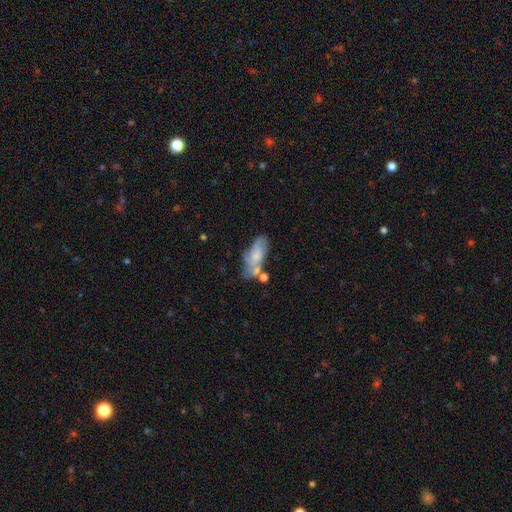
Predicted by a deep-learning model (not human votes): Smooth or featured?
  - smooth: 49% *
  - featured or disk: 43%
  - star or artifact: 8%
Merging?
  - none: 44% *
  - minor disturbance: 24%
  - merger: 20%
  - major disturbance: 12%